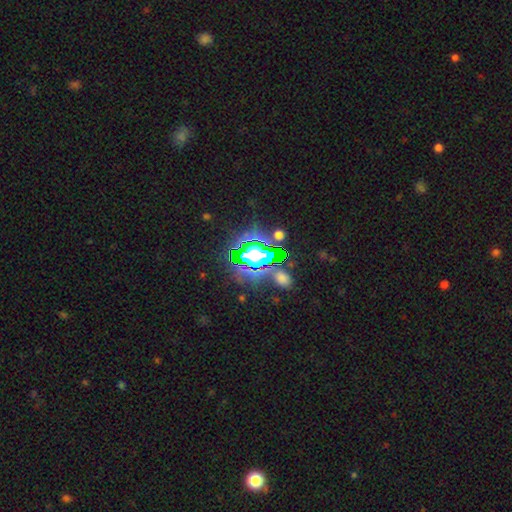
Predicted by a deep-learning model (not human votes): A star or artifact, not a galaxy (66%).

Vote fractions:
- Smooth or featured? star or artifact: 66% / smooth: 21% / featured or disk: 13%